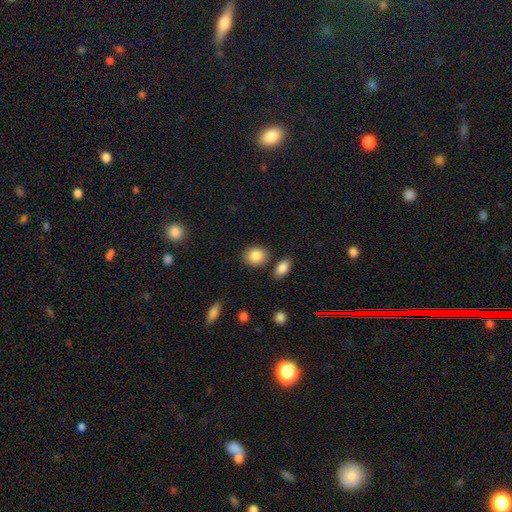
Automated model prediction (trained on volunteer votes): Smooth or featured? smooth (87%)
How rounded? round (63%)
Merging? none (79%)